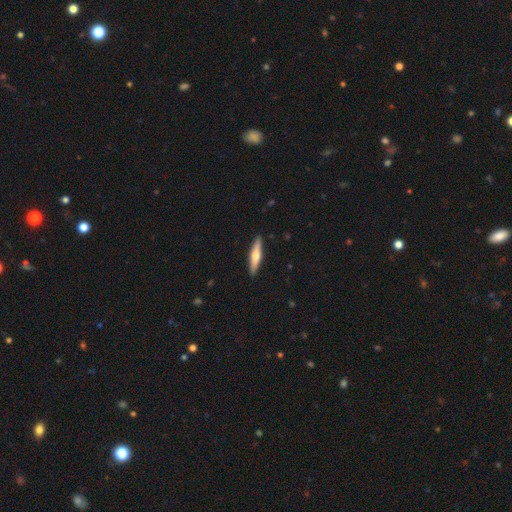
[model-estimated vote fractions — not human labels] This is possibly a smooth galaxy (49%). Merging: clearly none (91%).